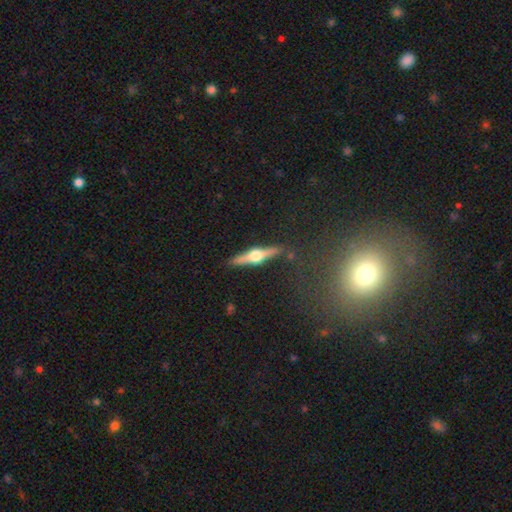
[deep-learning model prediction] A featured or disk galaxy (74%) viewed edge-on (97%) with a rounded central bulge (95%).

Vote fractions:
- Smooth or featured? featured or disk: 74% / smooth: 21% / star or artifact: 6%
- Edge-on disk? yes: 97% / no: 3%
- Edge-on bulge? rounded: 95% / boxy: 3% / none: 2%
- Merging? none: 89% / minor disturbance: 8% / major disturbance: 2% / merger: 2%